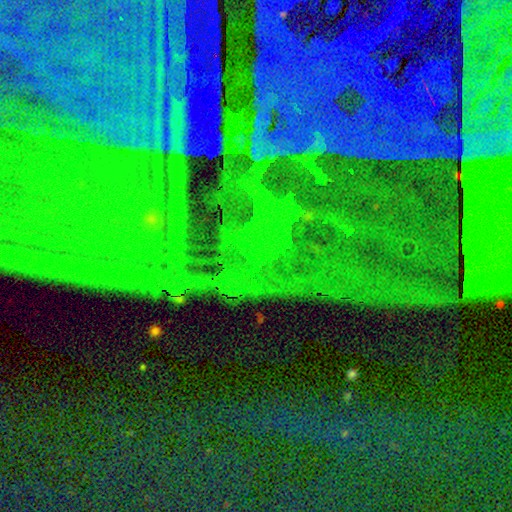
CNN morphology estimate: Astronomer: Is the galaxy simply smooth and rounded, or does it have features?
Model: star or artifact — 82%.